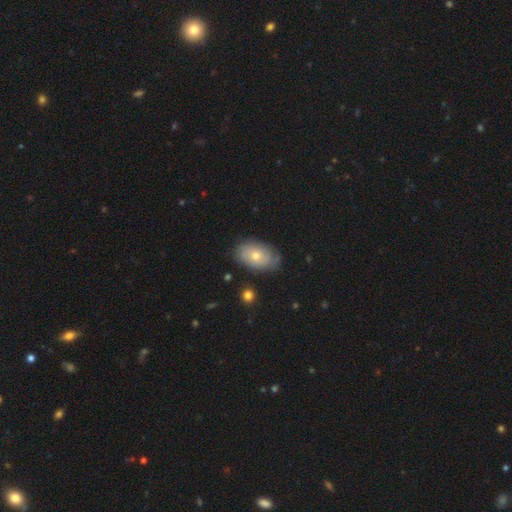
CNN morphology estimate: type=featured or disk (55%); edge-on=no (94%); bar=no (84%); spiral arms=yes (76%); bulge=moderate (50%); merging=none (75%).